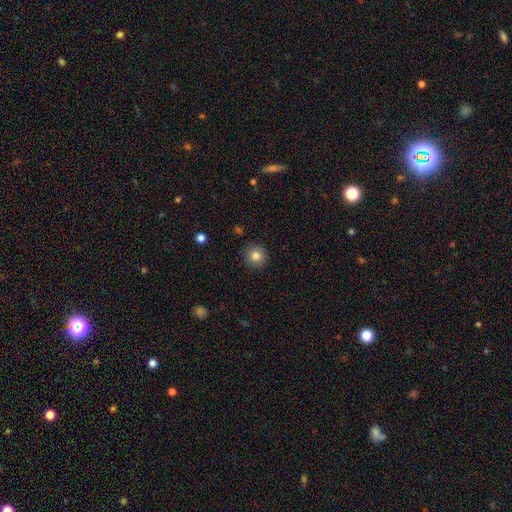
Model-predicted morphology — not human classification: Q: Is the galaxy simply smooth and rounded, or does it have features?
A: smooth — 83%.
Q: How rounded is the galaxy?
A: round — 93%.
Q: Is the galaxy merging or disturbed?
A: none — 91%.